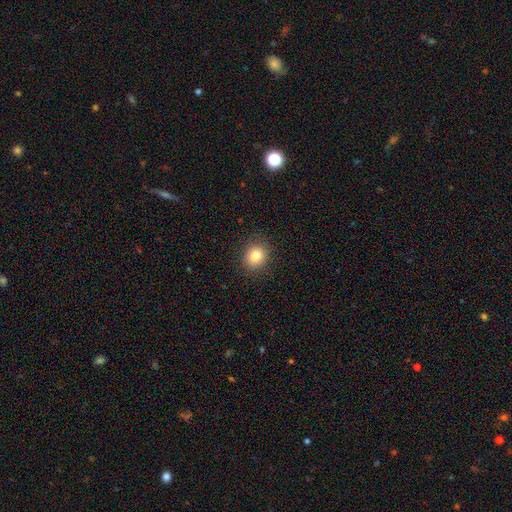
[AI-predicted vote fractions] Smooth or featured?
  - smooth: 82% *
  - star or artifact: 11%
  - featured or disk: 7%
How rounded?
  - round: 68% *
  - in between: 31%
  - cigar-shaped: 1%
Merging?
  - none: 89% *
  - minor disturbance: 8%
  - major disturbance: 2%
  - merger: 1%